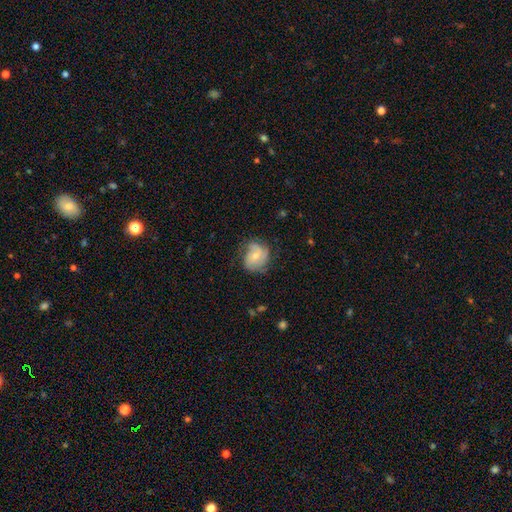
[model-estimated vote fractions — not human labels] Smooth or featured? featured or disk (57%)
Edge-on disk? no (97%)
Bar? no (70%)
Spiral arms? yes (84%)
Bulge size? small (48%, tied with moderate)
Merging? none (62%)